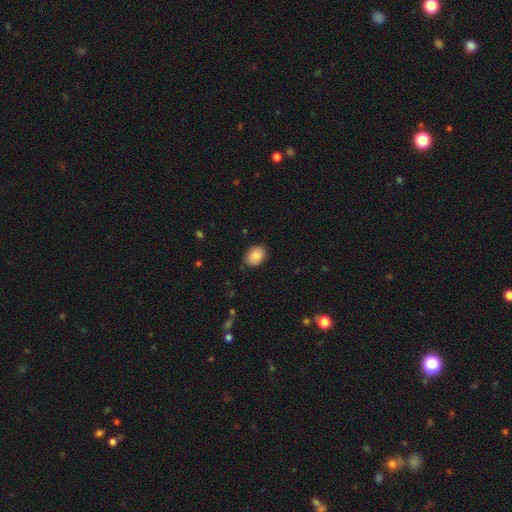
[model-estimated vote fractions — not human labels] Smooth or featured: smooth — 86% (star or artifact — 8%)
How rounded: in between — 59% (round — 40%)
Merging: none — 84% (minor disturbance — 13%)